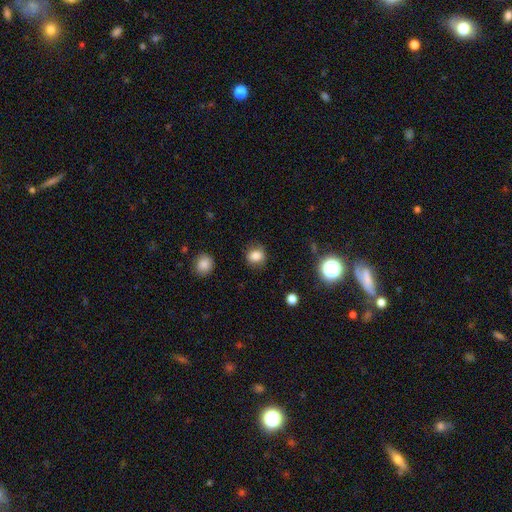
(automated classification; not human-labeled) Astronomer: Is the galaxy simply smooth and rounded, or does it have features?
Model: smooth — 81%.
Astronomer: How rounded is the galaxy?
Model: round — 70%.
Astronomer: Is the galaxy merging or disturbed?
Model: none — 82%.